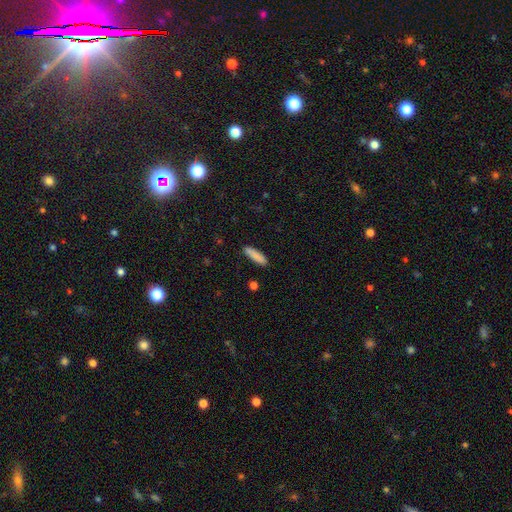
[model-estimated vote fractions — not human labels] Smooth or featured: smooth — 87% (featured or disk — 7%)
How rounded: cigar-shaped — 70% (in between — 29%)
Merging: none — 88% (minor disturbance — 9%)